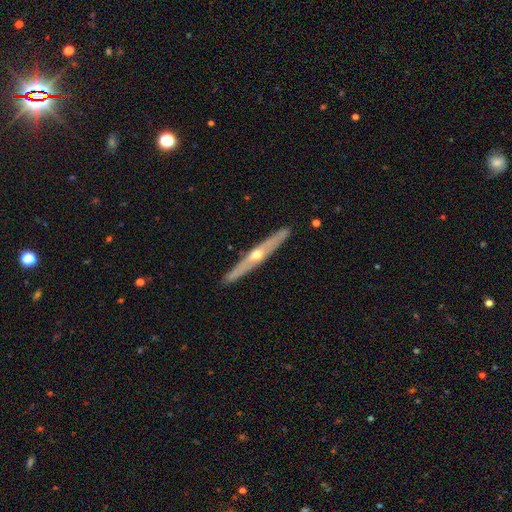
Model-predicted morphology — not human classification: This appears to be a featured or disk galaxy (73%) viewed edge-on (95%) with a rounded central bulge (86%). Merging: none (91%).